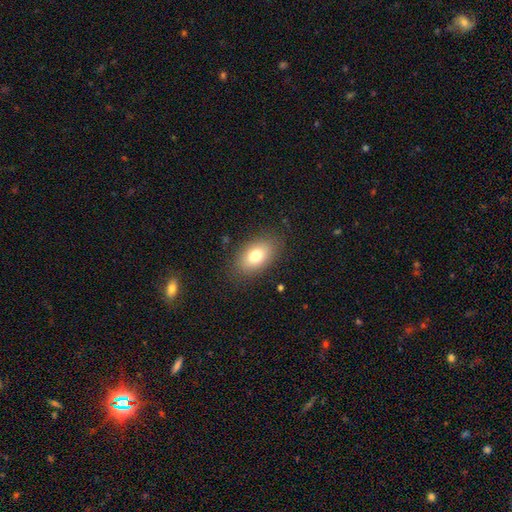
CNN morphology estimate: A smooth galaxy with no disk features (79%) that is in between round and cigar-shaped (90%). Merging: none (84%).